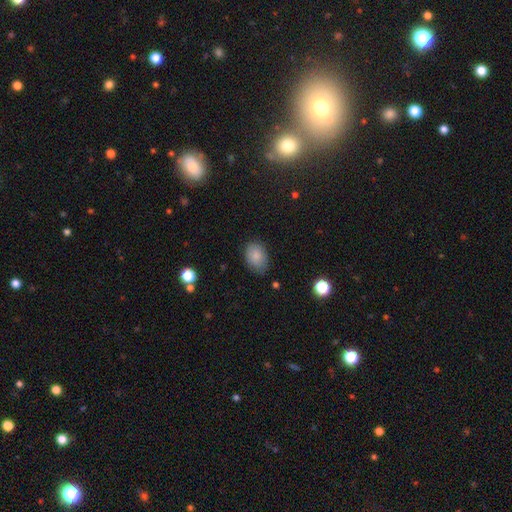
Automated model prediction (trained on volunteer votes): smooth-or-featured: smooth: 84% | star or artifact: 8% | featured or disk: 8%
  how-rounded: in between: 79% | round: 20% | cigar-shaped: 1%
  merging: none: 76% | minor disturbance: 19% | major disturbance: 4% | merger: 1%